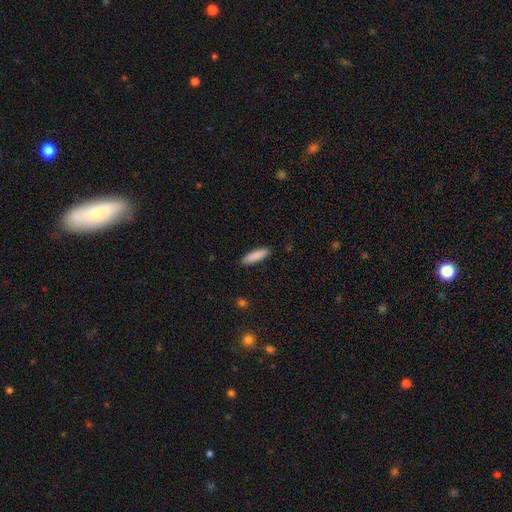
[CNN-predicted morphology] smooth-or-featured: smooth: 88% | featured or disk: 6% | star or artifact: 6%
  how-rounded: cigar-shaped: 68% | in between: 31% | round: 1%
  merging: none: 90% | minor disturbance: 7% | major disturbance: 2% | merger: 1%